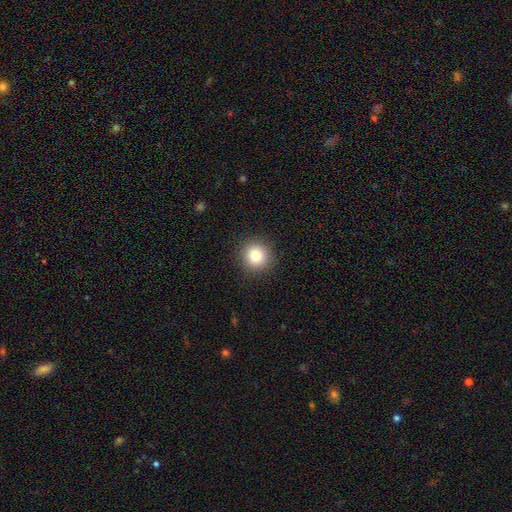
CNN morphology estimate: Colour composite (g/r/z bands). It shows a smooth galaxy with no disk features (82%) that is round (93%). Merging: none (91%).